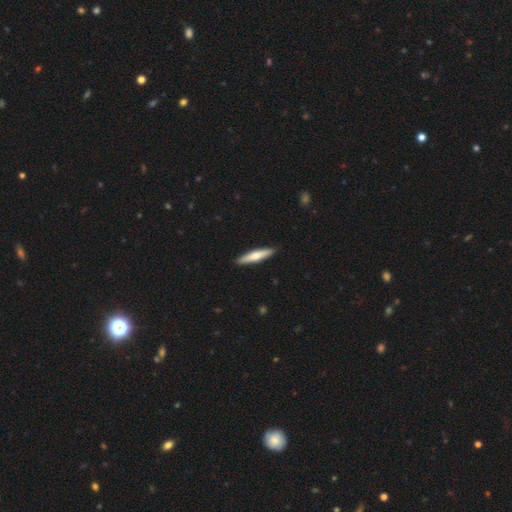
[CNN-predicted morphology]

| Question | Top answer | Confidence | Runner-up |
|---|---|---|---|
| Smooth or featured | smooth | 60% | featured or disk (36%) |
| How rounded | cigar-shaped | 85% | in between (13%) |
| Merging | none | 91% | minor disturbance (7%) |